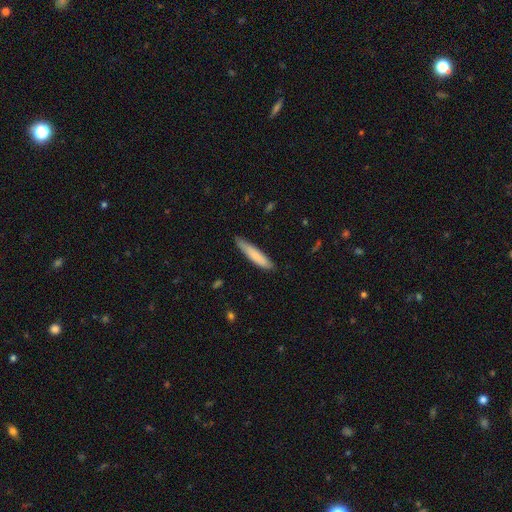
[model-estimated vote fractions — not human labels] This is clearly a smooth galaxy (81%). How rounded: clearly cigar-shaped (88%). Merging: likely none (78%).